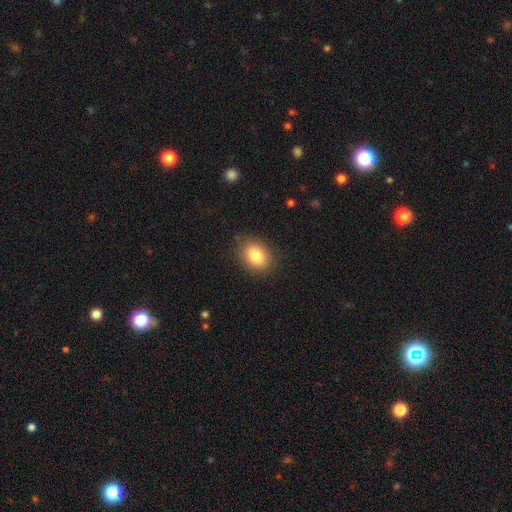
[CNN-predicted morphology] Overall: smooth (84%). How rounded: in between (66%; round 33%). Merging: none (85%).